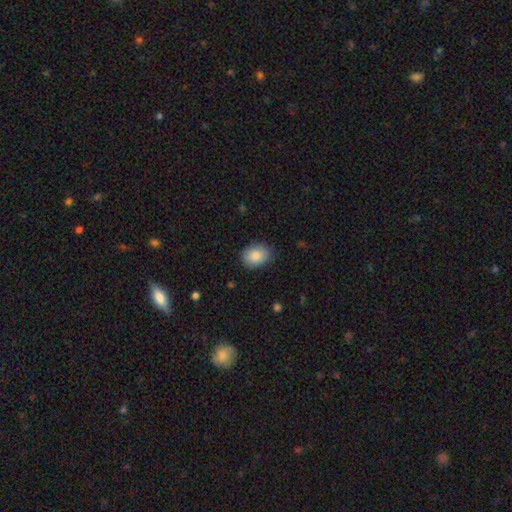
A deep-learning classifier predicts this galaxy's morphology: Smooth or featured? smooth (87%)
How rounded? in between (70%)
Merging? none (83%)